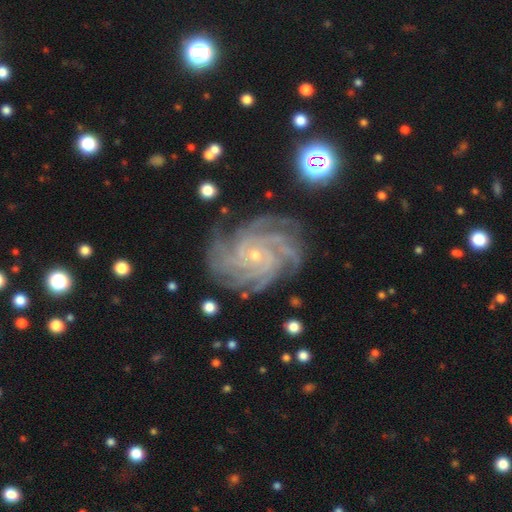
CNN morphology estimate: smooth-or-featured: featured or disk: 91% | star or artifact: 6% | smooth: 3%
  disk-edge-on: no: 98% | yes: 2%
    bar: no: 66% | weak: 24% | strong: 9%
    has-spiral-arms: yes: 99% | no: 1%
      spiral-winding: tight: 74% | medium: 22% | loose: 3%
      spiral-arm-count: more than 4: 33% | 4: 30% | can't tell: 11% | 3: 11% | 2: 8% | 1: 8%
    bulge-size: small: 81% | moderate: 16% | none: 1% | large: 1% | dominant: 1%
  merging: none: 82% | minor disturbance: 13% | major disturbance: 4% | merger: 1%